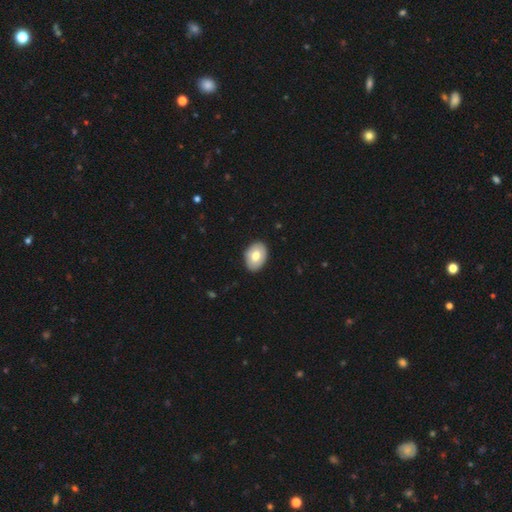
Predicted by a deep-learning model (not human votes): Morphology: type=smooth (72%); roundness=in between (81%); merging=none (87%).